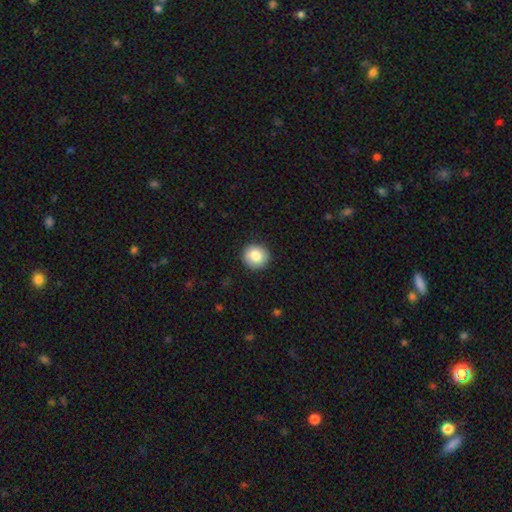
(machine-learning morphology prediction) Smooth or featured: smooth — 83% (featured or disk — 8%)
How rounded: round — 92% (in between — 7%)
Merging: none — 91% (minor disturbance — 7%)